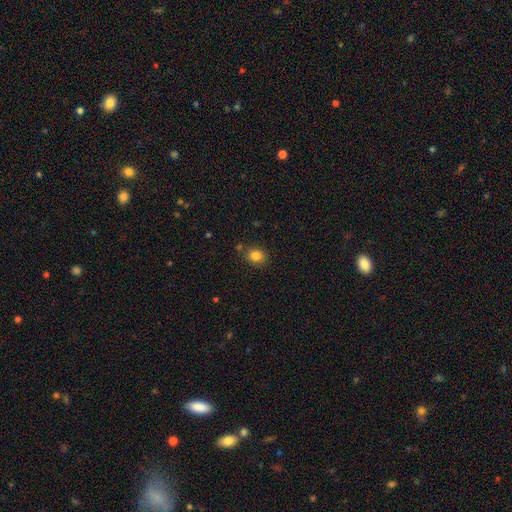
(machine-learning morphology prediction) Smooth or featured? smooth (84%)
How rounded? round (64%)
Merging? none (80%)